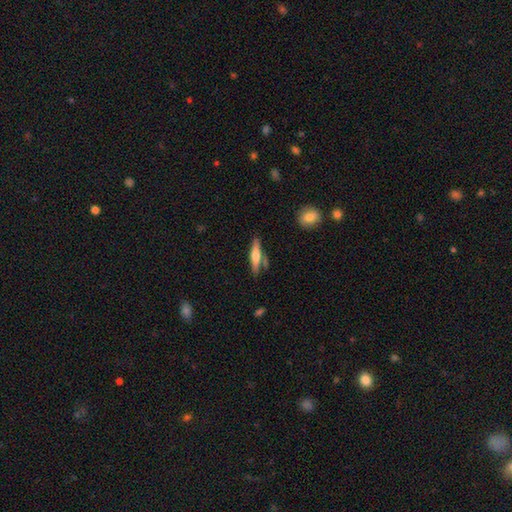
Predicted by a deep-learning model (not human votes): This appears to be a smooth galaxy with no disk features (48%). Merging: none (73%).